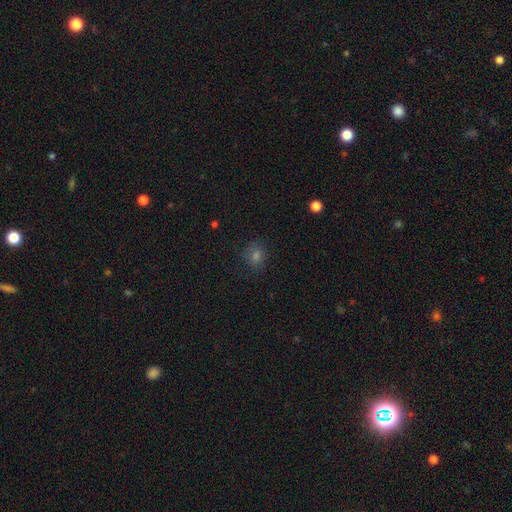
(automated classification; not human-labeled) Q: Smooth or featured?
A: smooth (65%); runner-up: star or artifact (24%)
Q: How rounded?
A: round (71%); runner-up: in between (28%)
Q: Merging?
A: none (82%); runner-up: minor disturbance (13%)